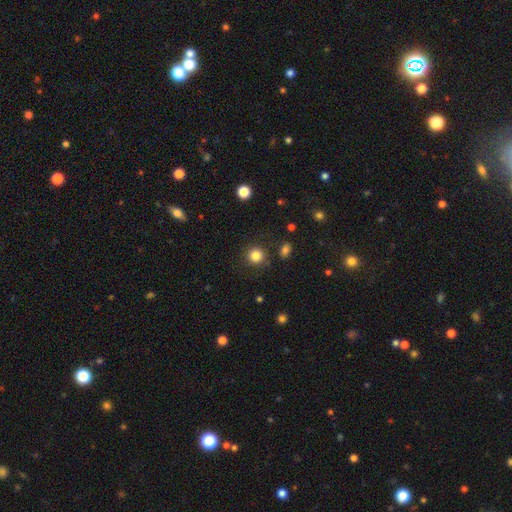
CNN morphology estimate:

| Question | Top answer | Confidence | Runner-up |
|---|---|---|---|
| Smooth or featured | smooth | 84% | star or artifact (11%) |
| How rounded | round | 92% | in between (7%) |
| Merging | none | 86% | minor disturbance (8%) |